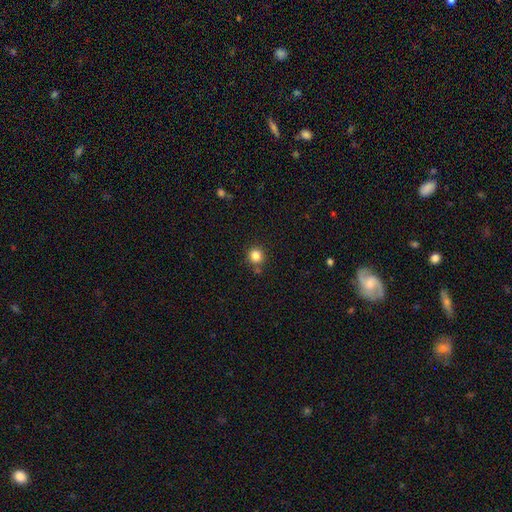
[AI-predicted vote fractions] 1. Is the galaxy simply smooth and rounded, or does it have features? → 84% smooth, 12% star or artifact, 5% featured or disk.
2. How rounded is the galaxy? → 93% round, 6% in between, 1% cigar-shaped.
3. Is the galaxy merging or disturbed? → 82% none, 9% minor disturbance, 7% merger, 2% major disturbance.